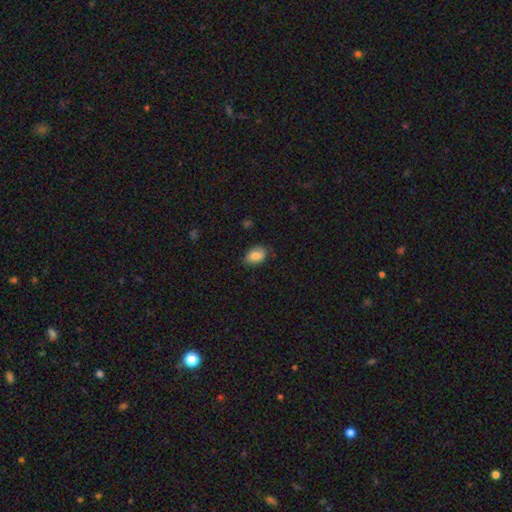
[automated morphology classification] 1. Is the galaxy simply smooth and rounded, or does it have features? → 83% smooth, 9% featured or disk, 8% star or artifact.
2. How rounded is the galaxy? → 84% in between, 14% round, 1% cigar-shaped.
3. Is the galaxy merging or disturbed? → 76% none, 19% minor disturbance, 4% major disturbance, 1% merger.